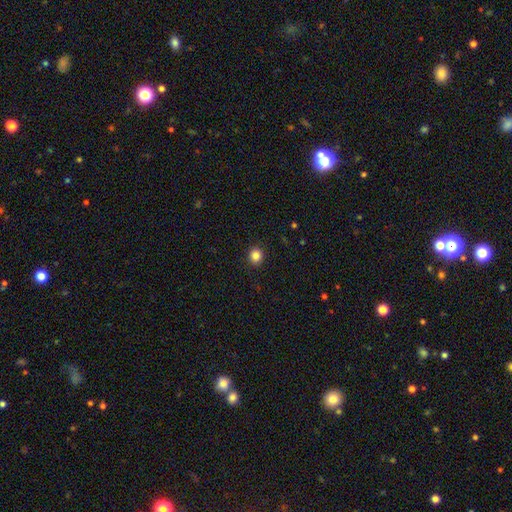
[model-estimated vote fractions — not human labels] A smooth galaxy with no disk features (85%) that is round (83%). Merging: none (92%).